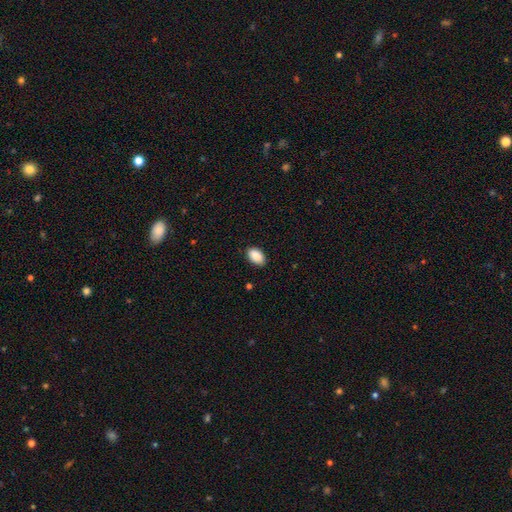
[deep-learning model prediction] Smooth or featured? Predicted: smooth (p=0.90). How rounded? Predicted: in between (p=0.93). Merging? Predicted: none (p=0.87).